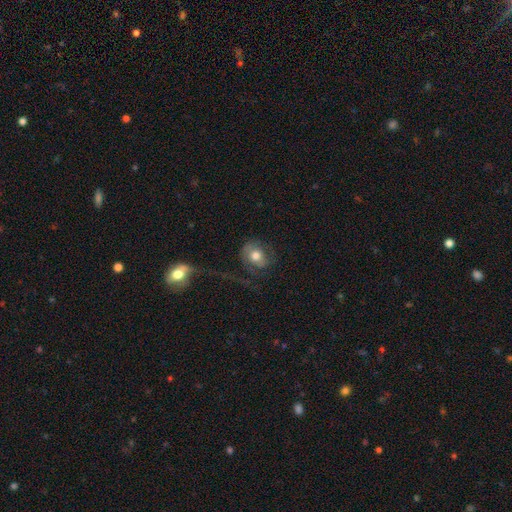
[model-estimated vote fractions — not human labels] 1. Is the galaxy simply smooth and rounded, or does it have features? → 50% smooth, 42% featured or disk, 9% star or artifact.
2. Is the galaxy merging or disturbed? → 41% major disturbance, 38% none, 16% minor disturbance, 4% merger.